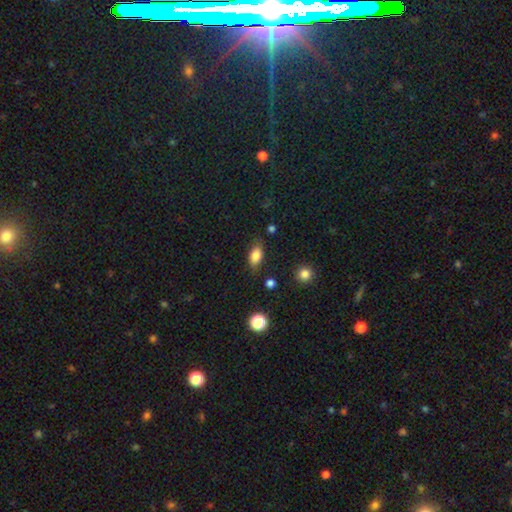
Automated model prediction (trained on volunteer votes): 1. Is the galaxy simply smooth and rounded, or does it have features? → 81% smooth, 10% featured or disk, 9% star or artifact.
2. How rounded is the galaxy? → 85% in between, 10% round, 4% cigar-shaped.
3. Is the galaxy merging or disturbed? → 76% none, 18% minor disturbance, 4% major disturbance, 2% merger.